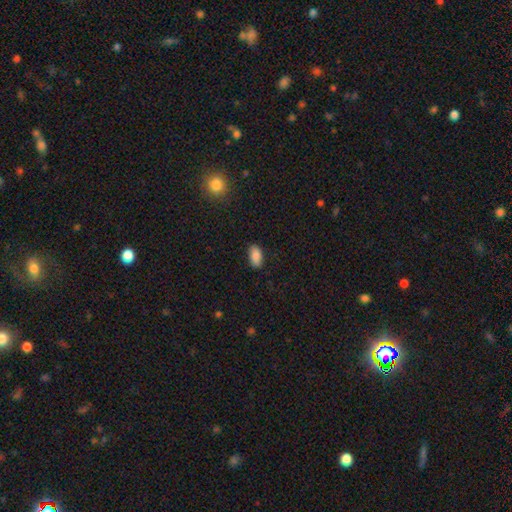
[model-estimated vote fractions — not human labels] Smooth or featured? smooth (86%)
How rounded? in between (93%)
Merging? none (86%)